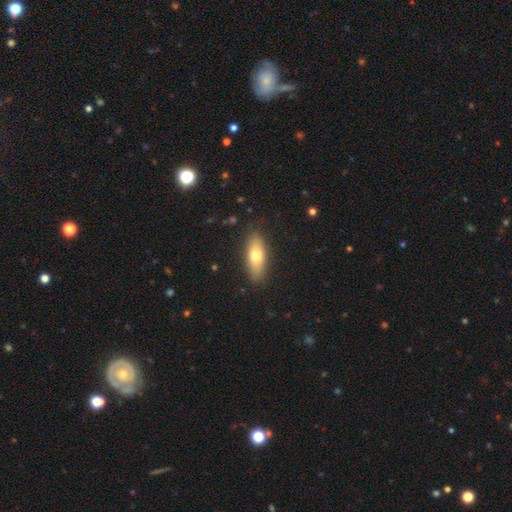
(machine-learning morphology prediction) This appears to be a smooth galaxy with no disk features (69%) that is in between round and cigar-shaped (70%). Merging: none (86%).